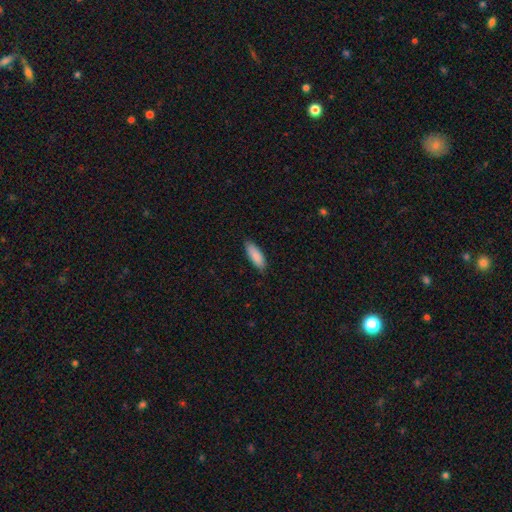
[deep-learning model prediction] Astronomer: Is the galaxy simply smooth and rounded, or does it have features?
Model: smooth — 89%.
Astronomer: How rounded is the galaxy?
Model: in between — 62% (runner-up: cigar-shaped, 37%).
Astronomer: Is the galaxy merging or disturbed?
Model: none — 84%.